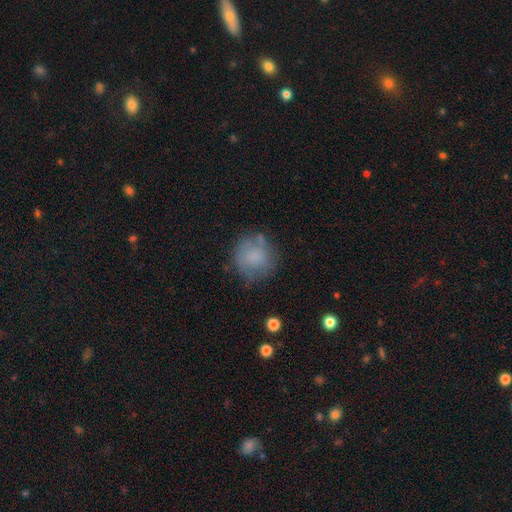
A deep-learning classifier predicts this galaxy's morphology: A smooth galaxy with no disk features (69%) that is round (87%).

Vote fractions:
- Smooth or featured? smooth: 69% / featured or disk: 22% / star or artifact: 9%
- How rounded? round: 87% / in between: 12% / cigar-shaped: 1%
- Merging? none: 64% / minor disturbance: 22% / major disturbance: 10% / merger: 4%